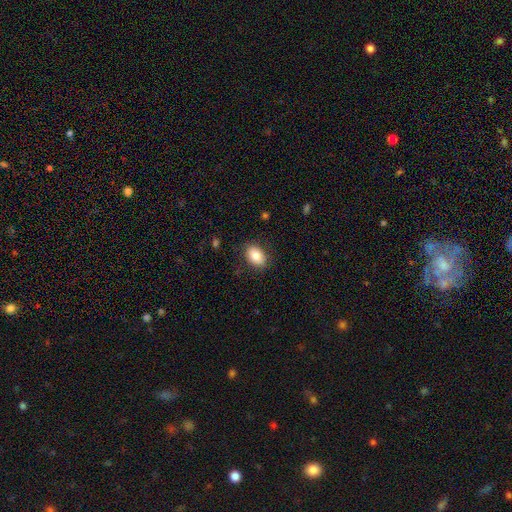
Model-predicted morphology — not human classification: The model was most divided on "how rounded": in between: 77%, round: 22%, cigar-shaped: 1%. More confident: merging — none (85%); smooth or featured — smooth (81%).